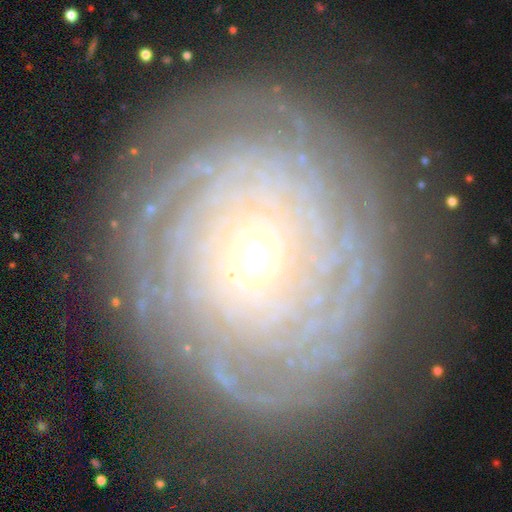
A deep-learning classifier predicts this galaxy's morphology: Q: Smooth or featured?
A: featured or disk (83%); runner-up: smooth (9%)
Q: Edge-on disk?
A: no (96%); runner-up: yes (4%)
Q: Bar?
A: no (77%); runner-up: weak (17%)
Q: Spiral arms?
A: yes (94%); runner-up: no (6%)
Q: Spiral winding?
A: tight (87%); runner-up: medium (10%)
Q: Spiral arm count?
A: can't tell (35%); runner-up: more than 4 (24%)
Q: Bulge size?
A: small (59%); runner-up: moderate (36%)
Q: Merging?
A: none (79%); runner-up: minor disturbance (13%)